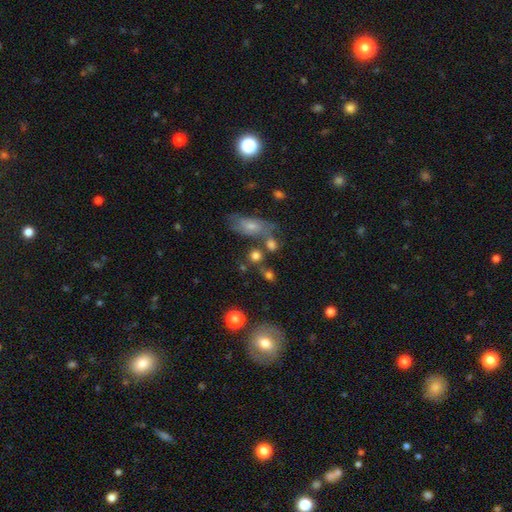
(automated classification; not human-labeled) This appears to be a smooth galaxy with no disk features (75%) that is round (73%). Merging: none (57%).